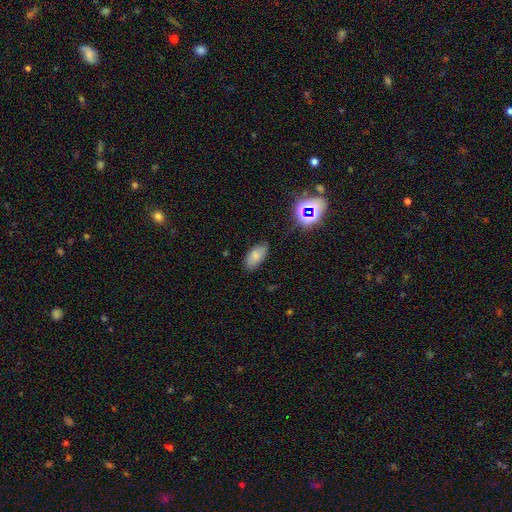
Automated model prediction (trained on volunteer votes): Q: Smooth or featured?
A: smooth (77%); runner-up: star or artifact (12%)
Q: How rounded?
A: in between (93%); runner-up: round (4%)
Q: Merging?
A: none (76%); runner-up: minor disturbance (19%)